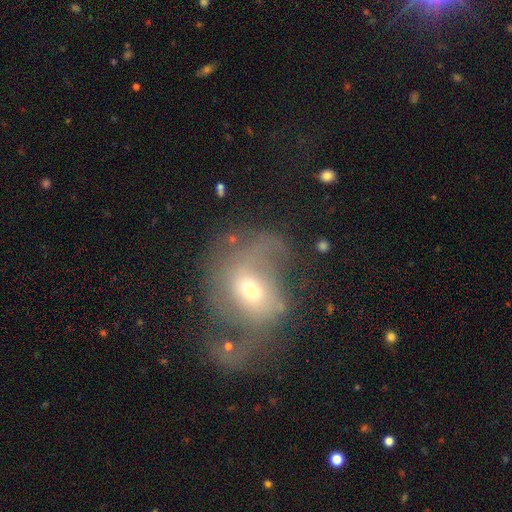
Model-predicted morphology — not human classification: This appears to be a featured or disk galaxy (59%) with no bar (59%), spiral arms (70%) and a moderate central bulge (57%). Merging: major disturbance (41%).